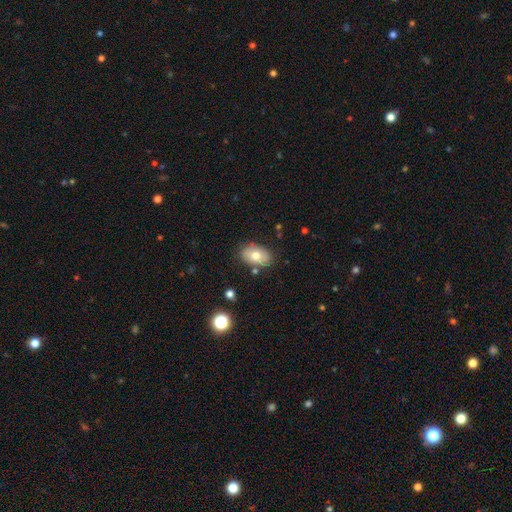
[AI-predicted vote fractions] Smooth or featured? smooth (73%)
How rounded? in between (88%)
Merging? none (81%)